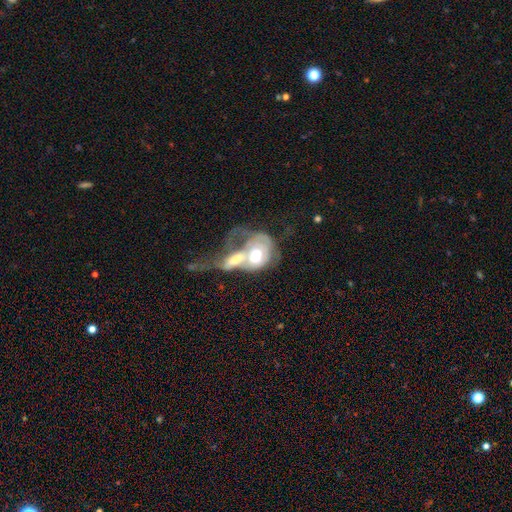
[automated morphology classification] Smooth or featured? Predicted: featured or disk (p=0.54). Edge-on disk? Predicted: no (p=0.94). Bar? Predicted: no (p=0.76). Spiral arms? Predicted: no (p=0.57). Bulge size? Predicted: moderate (p=0.62). Merging? Predicted: merger (p=0.73).